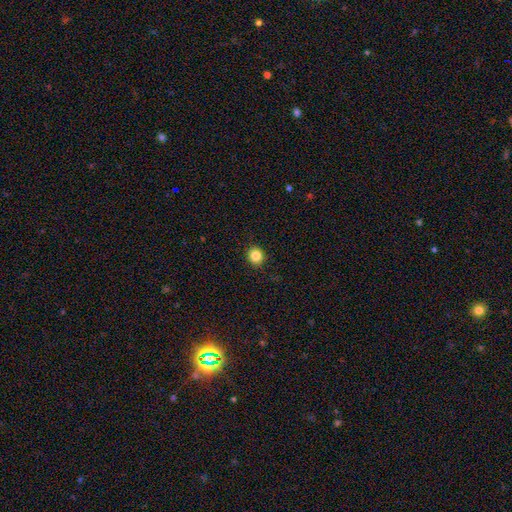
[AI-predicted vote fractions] The model was most divided on "how rounded": round: 86%, in between: 13%, cigar-shaped: 1%. More confident: merging — none (91%); smooth or featured — smooth (84%).